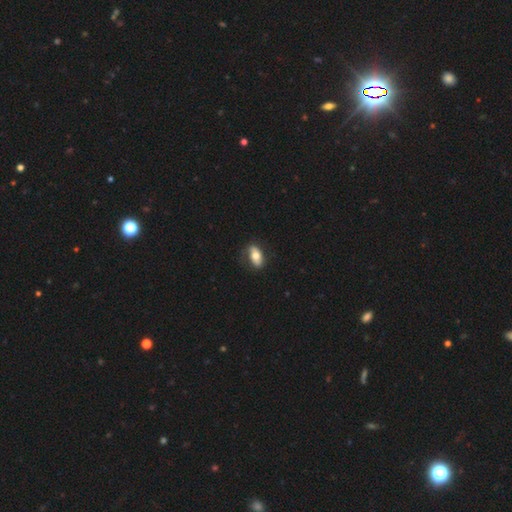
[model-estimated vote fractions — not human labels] smooth-or-featured: smooth: 65% | featured or disk: 29% | star or artifact: 6%
  how-rounded: in between: 87% | cigar-shaped: 7% | round: 6%
  merging: none: 73% | minor disturbance: 20% | major disturbance: 7% | merger: 1%